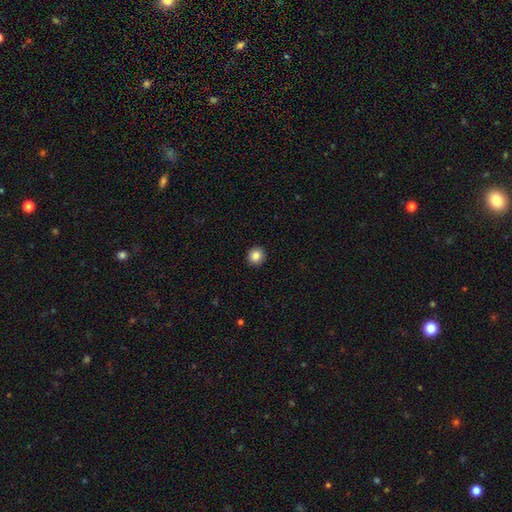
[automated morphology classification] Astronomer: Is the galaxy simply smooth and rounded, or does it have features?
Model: smooth — 86%.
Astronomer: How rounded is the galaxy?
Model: round — 92%.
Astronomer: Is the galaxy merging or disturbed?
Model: none — 93%.